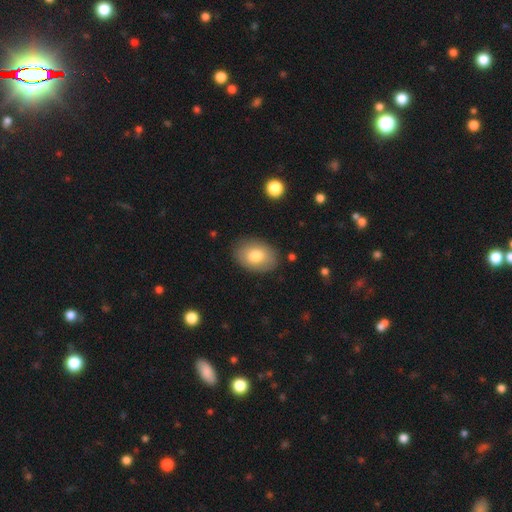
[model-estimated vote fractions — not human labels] smooth-or-featured: smooth: 77% | featured or disk: 15% | star or artifact: 7%
  how-rounded: in between: 81% | round: 18% | cigar-shaped: 1%
  merging: none: 85% | minor disturbance: 11% | major disturbance: 3% | merger: 1%